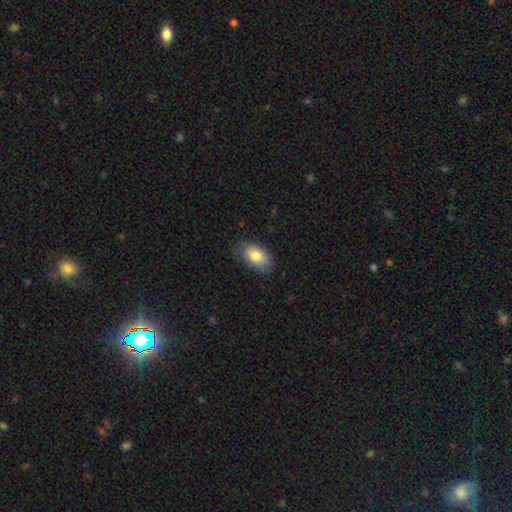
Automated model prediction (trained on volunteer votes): smooth-or-featured: smooth: 80% | featured or disk: 13% | star or artifact: 6%
  how-rounded: in between: 93% | round: 5% | cigar-shaped: 2%
  merging: none: 78% | minor disturbance: 17% | major disturbance: 4% | merger: 1%